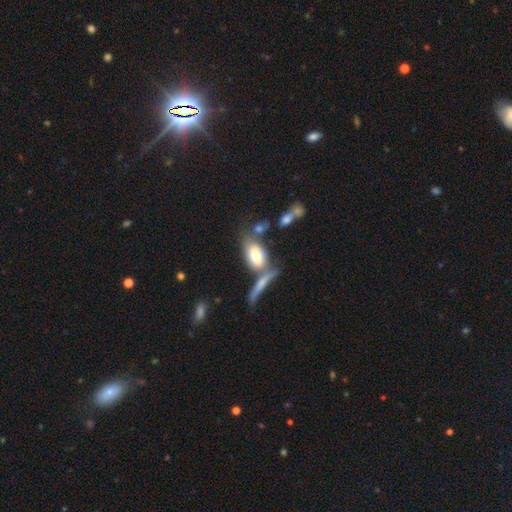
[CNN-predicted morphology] Smooth or featured?
  - smooth: 71% *
  - featured or disk: 21%
  - star or artifact: 7%
How rounded?
  - in between: 86% *
  - cigar-shaped: 8%
  - round: 6%
Merging?
  - none: 43% *
  - merger: 34%
  - minor disturbance: 14%
  - major disturbance: 8%